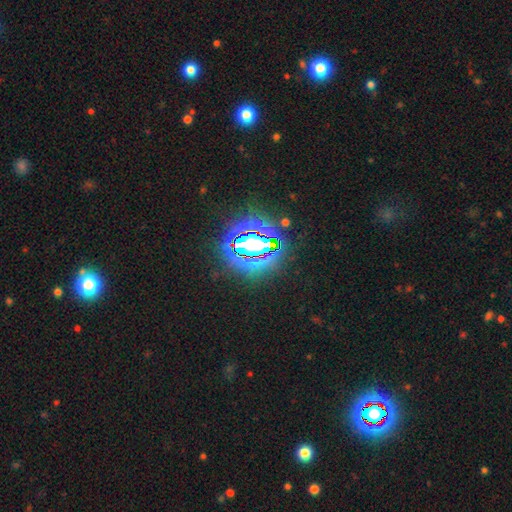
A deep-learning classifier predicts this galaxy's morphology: The model was most divided on "smooth or featured": star or artifact: 81%, smooth: 11%, featured or disk: 7%.